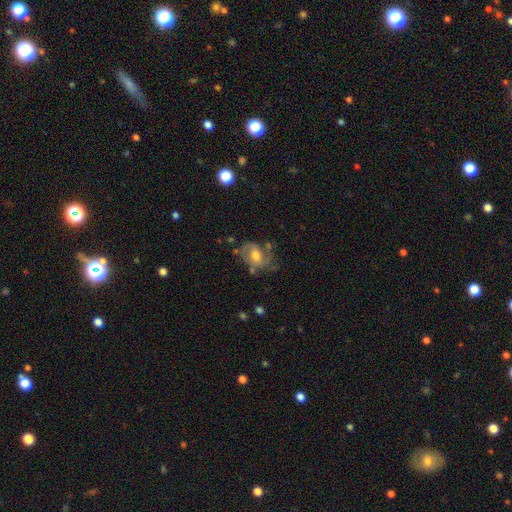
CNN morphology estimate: Smooth or featured: featured or disk — 60% (smooth — 32%)
Edge-on disk: no — 96% (yes — 4%)
Bar: no — 60% (weak — 33%)
Spiral arms: yes — 75% (no — 25%)
Bulge size: moderate — 68% (large — 16%)
Merging: none — 46% (minor disturbance — 28%)